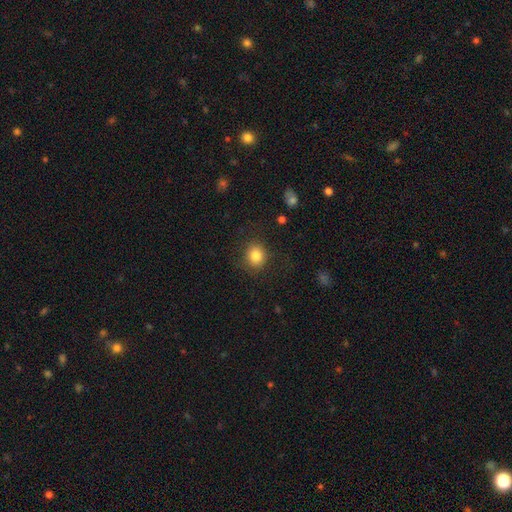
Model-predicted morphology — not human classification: A smooth galaxy with no disk features (83%) that is round (79%).

Vote fractions:
- Smooth or featured? smooth: 83% / star or artifact: 10% / featured or disk: 7%
- How rounded? round: 79% / in between: 20% / cigar-shaped: 1%
- Merging? none: 84% / minor disturbance: 10% / major disturbance: 4% / merger: 1%